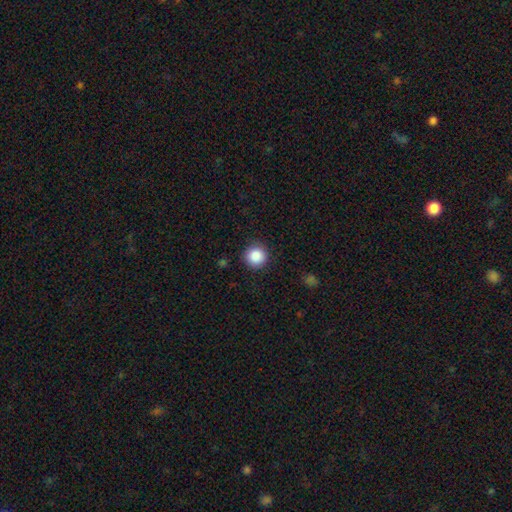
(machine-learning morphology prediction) smooth-or-featured: smooth: 86% | star or artifact: 9% | featured or disk: 5%
  how-rounded: round: 95% | in between: 4% | cigar-shaped: 1%
  merging: none: 91% | minor disturbance: 6% | major disturbance: 2% | merger: 1%